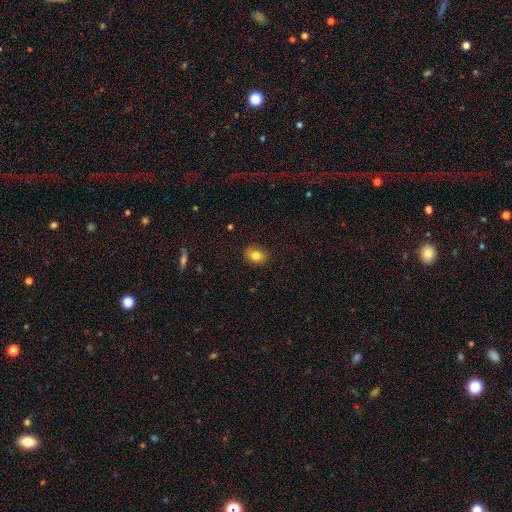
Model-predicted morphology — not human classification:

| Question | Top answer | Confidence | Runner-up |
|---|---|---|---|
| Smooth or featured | smooth | 82% | star or artifact (9%) |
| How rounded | in between | 64% | round (35%) |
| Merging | none | 86% | minor disturbance (10%) |